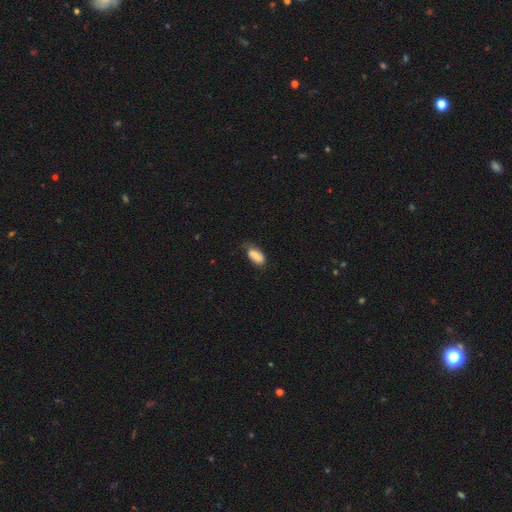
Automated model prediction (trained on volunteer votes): Smooth or featured? smooth (79%)
How rounded? in between (91%)
Merging? none (47%)